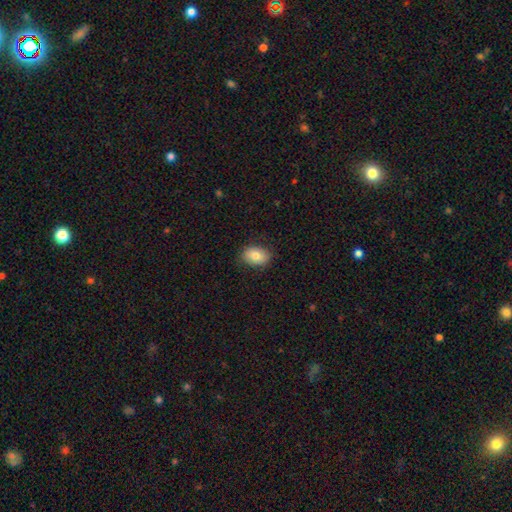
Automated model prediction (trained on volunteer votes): Smooth or featured: smooth — 82% (featured or disk — 10%)
How rounded: in between — 77% (round — 22%)
Merging: none — 84% (minor disturbance — 12%)